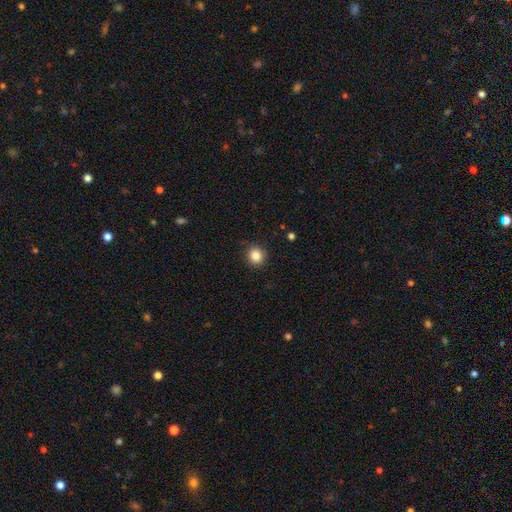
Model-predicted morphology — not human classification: type=smooth (85%); roundness=round (89%); merging=none (88%).